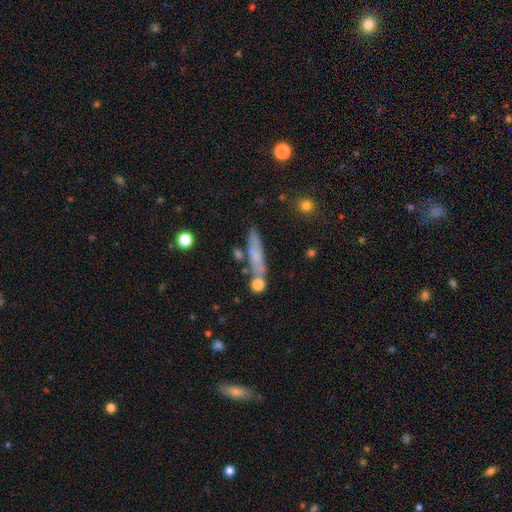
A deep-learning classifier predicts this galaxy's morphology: This is likely a smooth galaxy (61%). How rounded: clearly cigar-shaped (85%). Merging: likely none (71%).